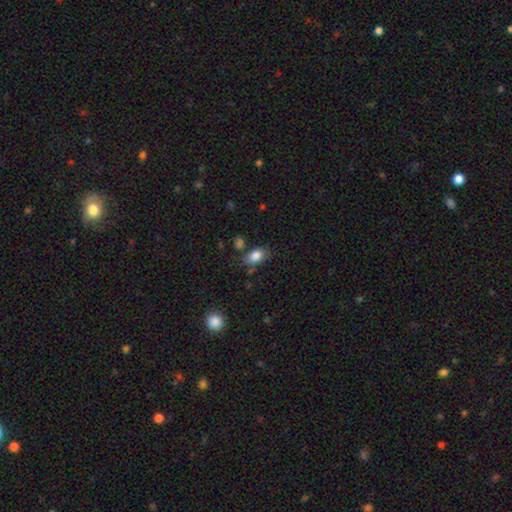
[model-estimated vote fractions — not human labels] smooth-or-featured: smooth: 84% | star or artifact: 9% | featured or disk: 7%
  how-rounded: in between: 85% | round: 13% | cigar-shaped: 2%
  merging: none: 70% | minor disturbance: 18% | merger: 7% | major disturbance: 5%